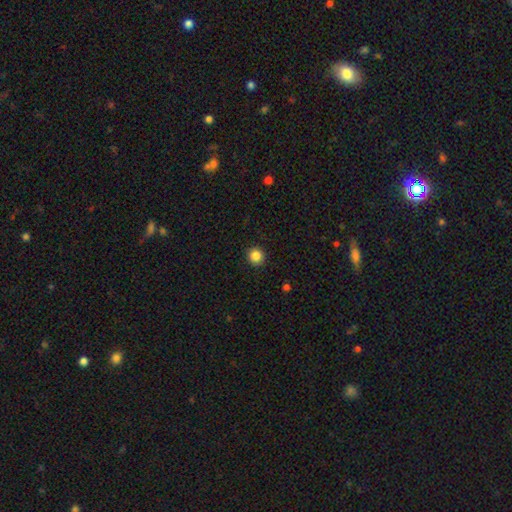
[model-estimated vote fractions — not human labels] smooth_or_featured: smooth (p=0.86) [alt: star or artifact p=0.11]
how_rounded: round (p=0.93) [alt: in between p=0.06]
merging: none (p=0.92) [alt: minor disturbance p=0.06]